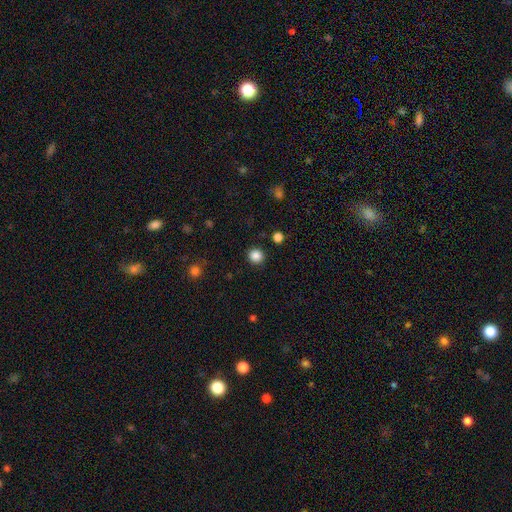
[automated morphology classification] Smooth or featured: smooth — 86% (star or artifact — 11%)
How rounded: round — 91% (in between — 8%)
Merging: none — 91% (minor disturbance — 5%)